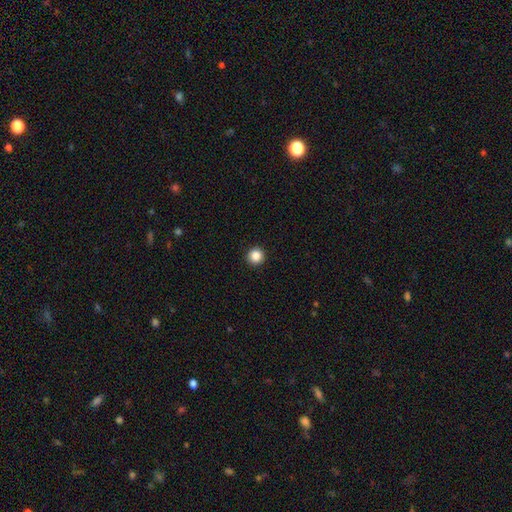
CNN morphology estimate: This appears to be a smooth galaxy with no disk features (87%) that is round (96%). Merging: none (94%).